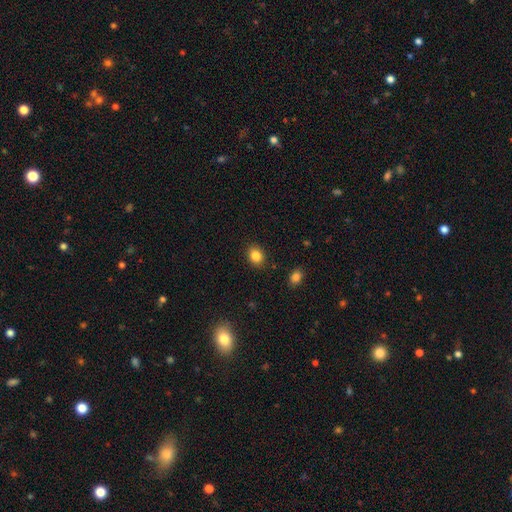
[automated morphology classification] This appears to be a smooth galaxy with no disk features (85%) that is round (53%). Merging: none (88%).